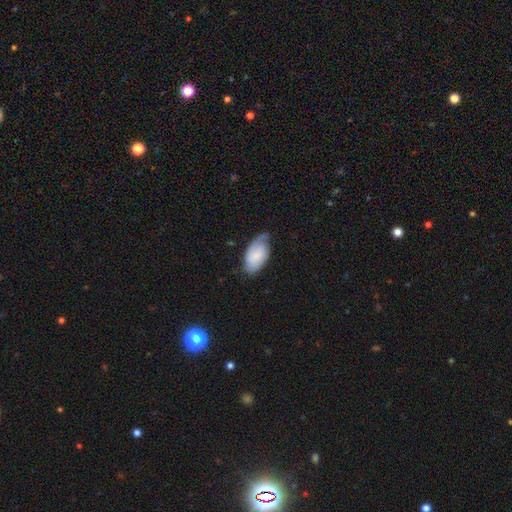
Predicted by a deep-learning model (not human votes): Q: Smooth or featured?
A: smooth (67%); runner-up: featured or disk (27%)
Q: How rounded?
A: in between (94%); runner-up: round (3%)
Q: Merging?
A: none (51%); runner-up: minor disturbance (38%)